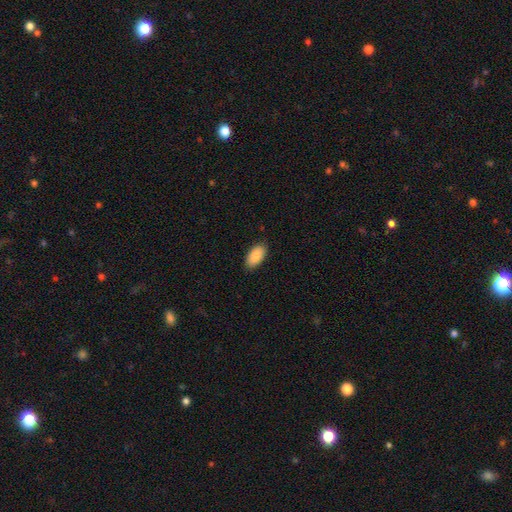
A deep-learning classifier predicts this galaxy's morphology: type=smooth (88%); roundness=in between (94%); merging=none (87%).